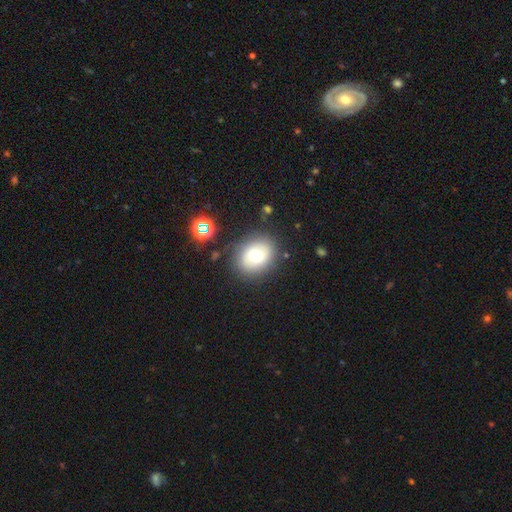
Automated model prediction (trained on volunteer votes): Smooth or featured?
  - smooth: 64% *
  - featured or disk: 24%
  - star or artifact: 12%
How rounded?
  - round: 56% *
  - in between: 43%
  - cigar-shaped: 1%
Merging?
  - none: 80% *
  - minor disturbance: 13%
  - major disturbance: 5%
  - merger: 3%